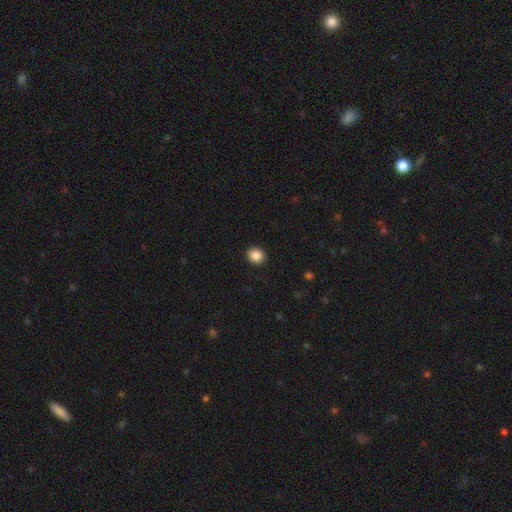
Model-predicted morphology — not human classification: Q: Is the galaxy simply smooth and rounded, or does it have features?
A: smooth — 87%.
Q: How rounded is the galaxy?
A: round — 79%.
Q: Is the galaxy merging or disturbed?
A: none — 92%.